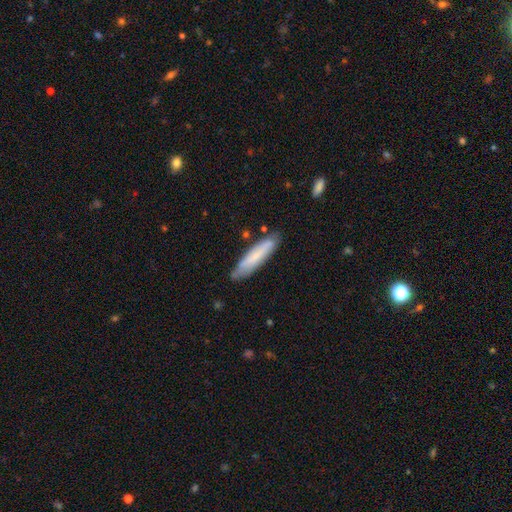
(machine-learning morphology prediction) A smooth galaxy with no disk features (68%) that is cigar-shaped (81%).

Vote fractions:
- Smooth or featured? smooth: 68% / featured or disk: 26% / star or artifact: 6%
- How rounded? cigar-shaped: 81% / in between: 17% / round: 1%
- Merging? none: 81% / minor disturbance: 14% / major disturbance: 3% / merger: 2%